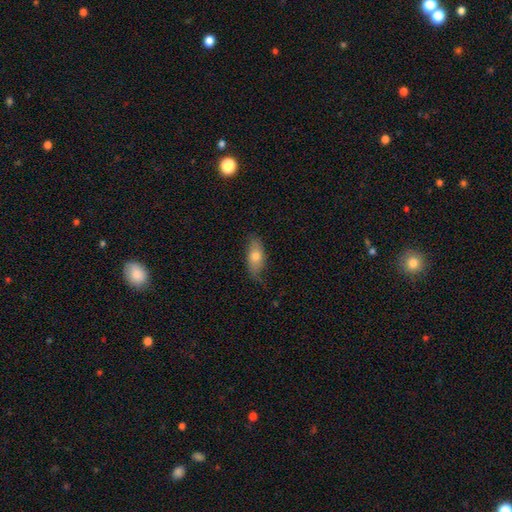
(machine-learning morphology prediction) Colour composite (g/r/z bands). It shows a smooth galaxy with no disk features (65%) that is in between round and cigar-shaped (83%). Merging: none (69%).